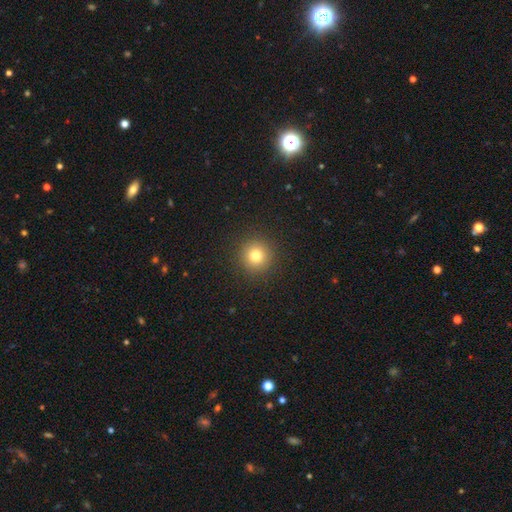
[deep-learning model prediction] smooth_or_featured: smooth (p=0.79) [alt: star or artifact p=0.13]
how_rounded: round (p=0.95) [alt: in between p=0.04]
merging: none (p=0.92) [alt: minor disturbance p=0.05]